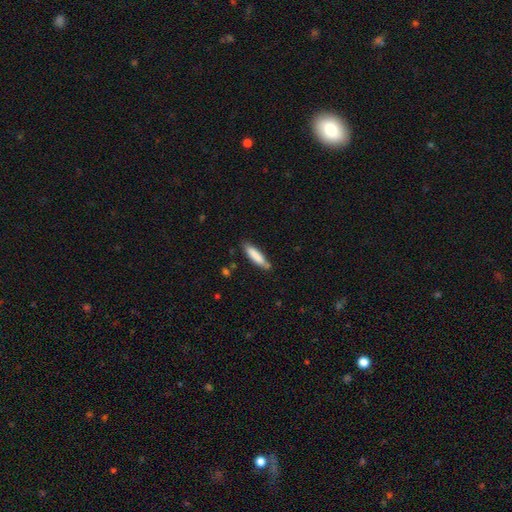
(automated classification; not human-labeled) Smooth or featured: smooth — 83% (featured or disk — 11%)
How rounded: cigar-shaped — 78% (in between — 21%)
Merging: none — 78% (minor disturbance — 16%)